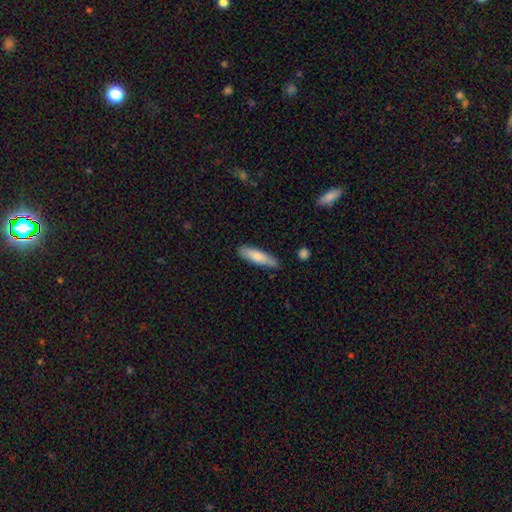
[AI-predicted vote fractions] This is likely a smooth galaxy (74%). How rounded: likely cigar-shaped (68%). Merging: clearly none (85%).